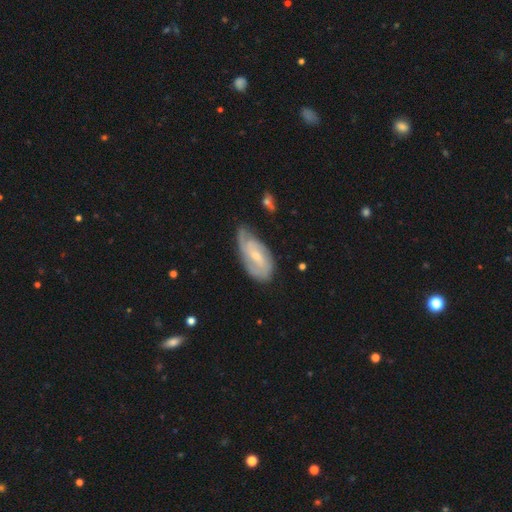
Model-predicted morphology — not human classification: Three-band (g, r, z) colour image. It shows a featured or disk galaxy (69%) with a weak bar (48%), 2 (37%) tight (45%) spiral arms (89%) and a small central bulge (56%). Merging: none (52%).